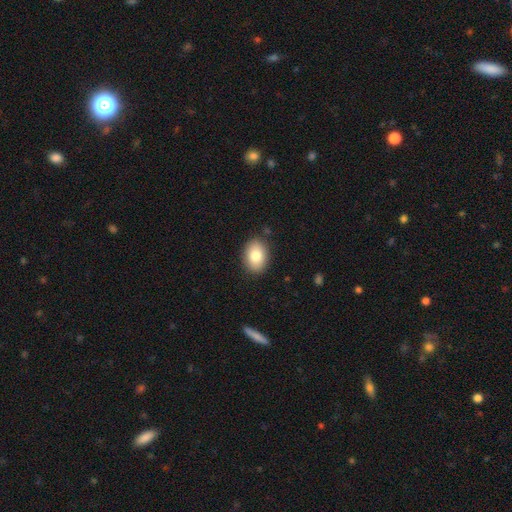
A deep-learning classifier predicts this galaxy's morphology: A smooth galaxy with no disk features (82%) that is in between round and cigar-shaped (77%). Merging: none (87%).